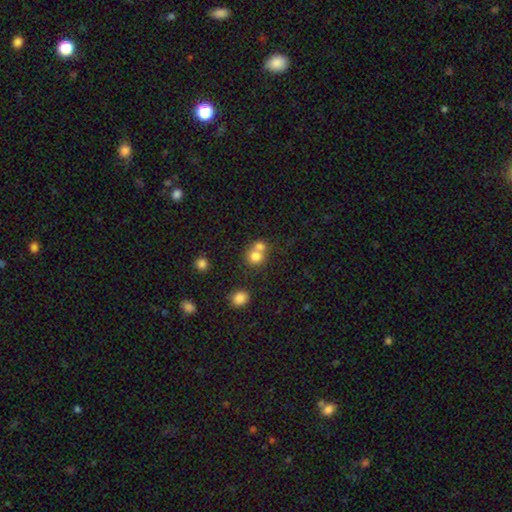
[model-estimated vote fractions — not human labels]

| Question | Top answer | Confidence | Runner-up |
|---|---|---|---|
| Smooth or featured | smooth | 76% | featured or disk (12%) |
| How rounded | round | 83% | in between (16%) |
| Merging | merger | 54% | none (38%) |